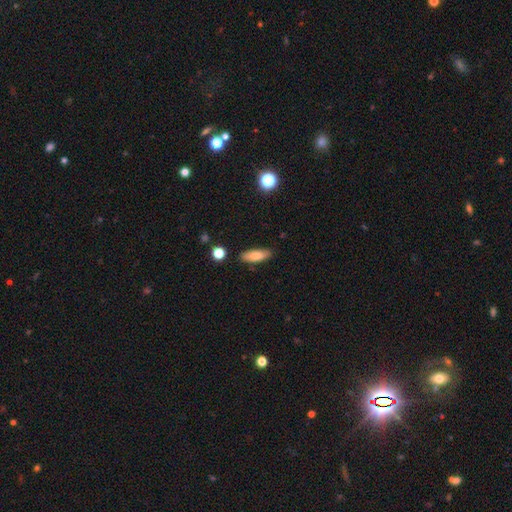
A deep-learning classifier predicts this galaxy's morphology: This appears to be a smooth galaxy with no disk features (81%) that is in between round and cigar-shaped (63%). Merging: none (84%).